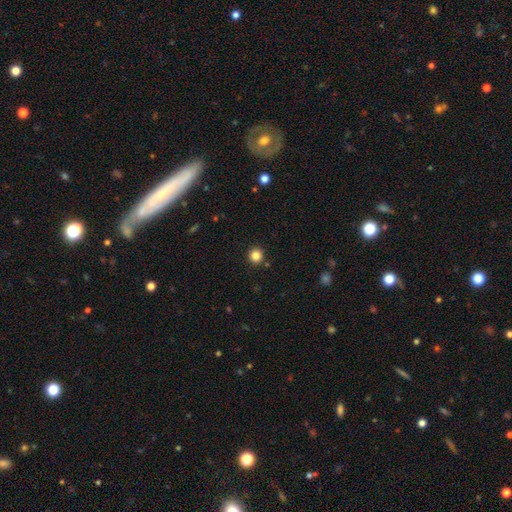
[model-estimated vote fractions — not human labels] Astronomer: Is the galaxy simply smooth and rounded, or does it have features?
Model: smooth — 84%.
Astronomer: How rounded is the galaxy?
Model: round — 94%.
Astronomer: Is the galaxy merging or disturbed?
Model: none — 91%.